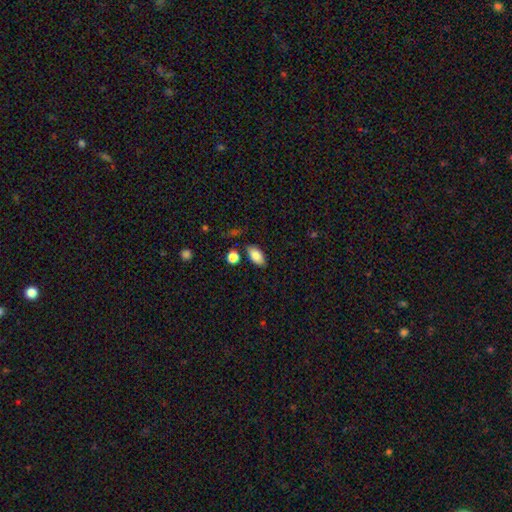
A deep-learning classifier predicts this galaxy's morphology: Smooth or featured? smooth (85%)
How rounded? in between (92%)
Merging? none (80%)